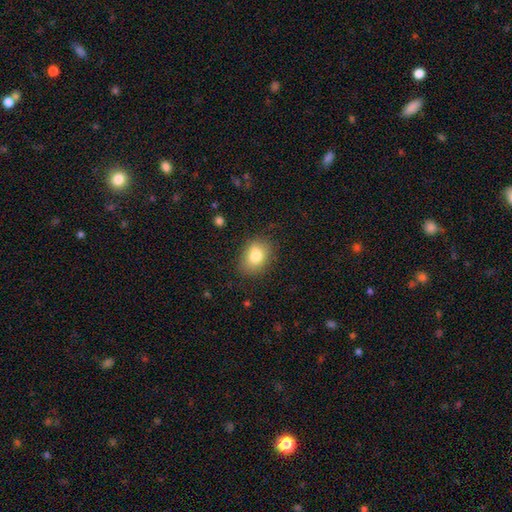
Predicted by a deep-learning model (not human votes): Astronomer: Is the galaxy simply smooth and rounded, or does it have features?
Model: smooth — 81%.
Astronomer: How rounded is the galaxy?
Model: in between — 70%.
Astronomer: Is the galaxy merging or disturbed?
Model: none — 81%.